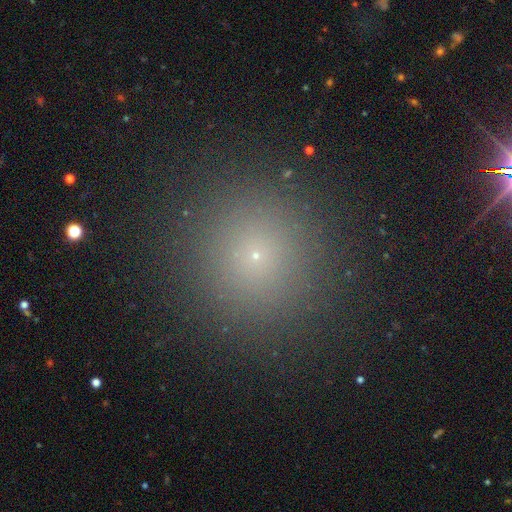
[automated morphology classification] Smooth or featured: smooth — 63% (star or artifact — 30%)
How rounded: round — 96% (in between — 3%)
Merging: none — 91% (minor disturbance — 5%)